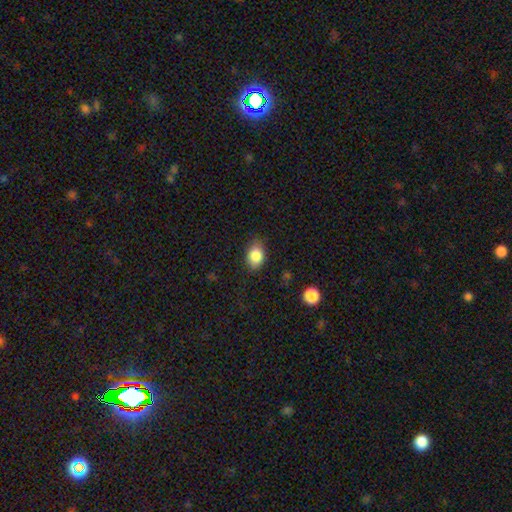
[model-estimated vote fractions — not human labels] smooth_or_featured: smooth (p=0.86) [alt: star or artifact p=0.08]
how_rounded: in between (p=0.77) [alt: round p=0.22]
merging: none (p=0.77) [alt: minor disturbance p=0.18]